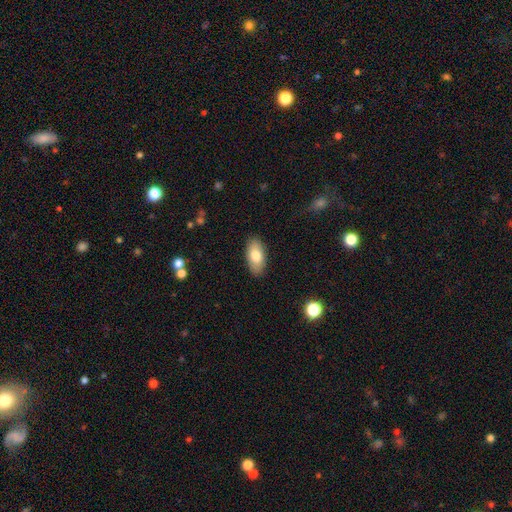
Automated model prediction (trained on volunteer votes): smooth_or_featured: smooth (p=0.79) [alt: featured or disk p=0.15]
how_rounded: in between (p=0.93) [alt: cigar-shaped p=0.04]
merging: none (p=0.88) [alt: minor disturbance p=0.09]